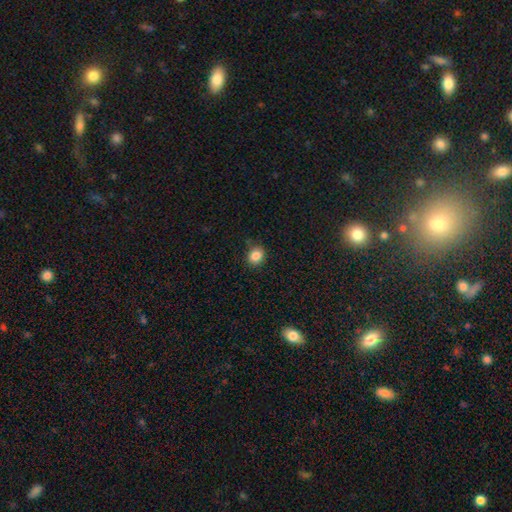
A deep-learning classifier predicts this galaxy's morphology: A smooth galaxy with no disk features (85%) that is round (66%).

Vote fractions:
- Smooth or featured? smooth: 85% / star or artifact: 10% / featured or disk: 5%
- How rounded? round: 66% / in between: 33% / cigar-shaped: 1%
- Merging? none: 84% / minor disturbance: 12% / major disturbance: 3% / merger: 2%